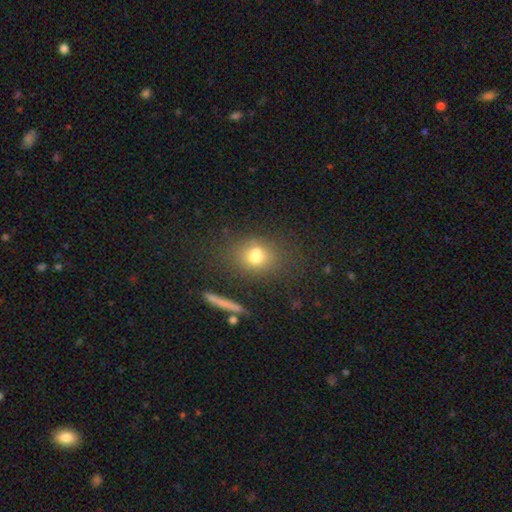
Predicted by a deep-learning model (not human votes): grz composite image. It shows a smooth galaxy with no disk features (75%) that is in between round and cigar-shaped (52%). Merging: none (69%).